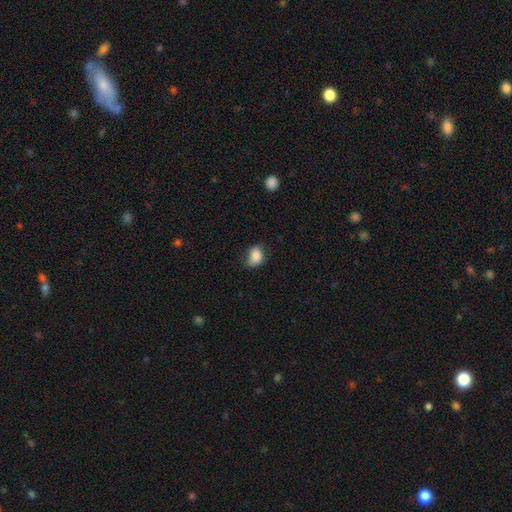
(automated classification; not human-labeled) A smooth galaxy with no disk features (85%) that is in between round and cigar-shaped (65%).

Vote fractions:
- Smooth or featured? smooth: 85% / star or artifact: 8% / featured or disk: 7%
- How rounded? in between: 65% / round: 34% / cigar-shaped: 1%
- Merging? none: 61% / minor disturbance: 30% / major disturbance: 7% / merger: 2%